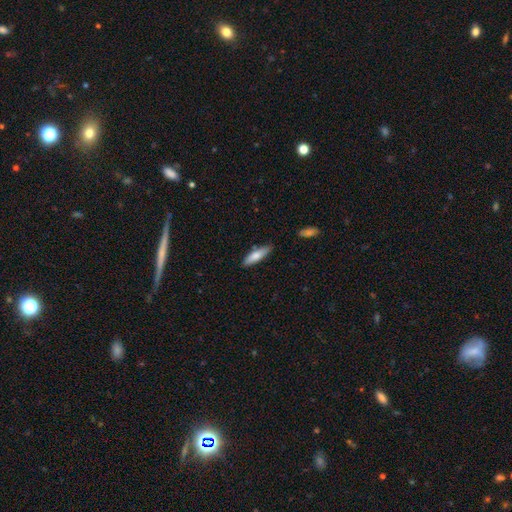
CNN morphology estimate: A smooth galaxy with no disk features (76%) that is cigar-shaped (62%). Merging: none (80%).